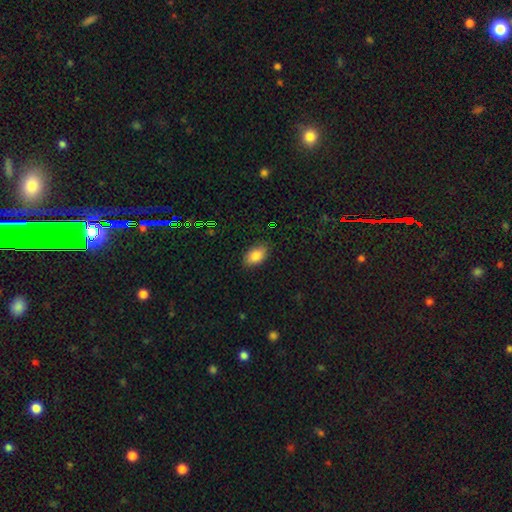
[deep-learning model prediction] Smooth or featured?
  - smooth: 85% *
  - star or artifact: 9%
  - featured or disk: 6%
How rounded?
  - in between: 91% *
  - round: 7%
  - cigar-shaped: 2%
Merging?
  - none: 86% *
  - minor disturbance: 11%
  - major disturbance: 2%
  - merger: 1%